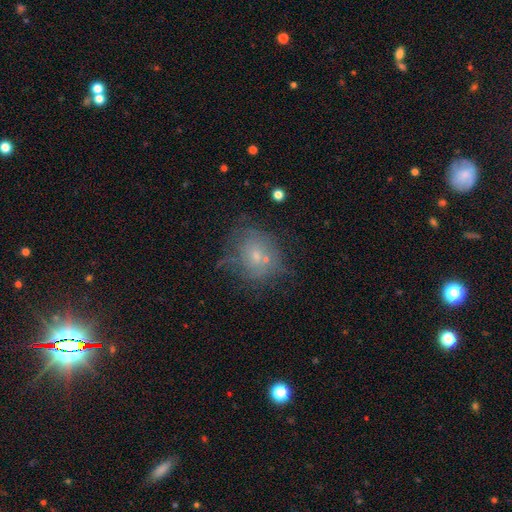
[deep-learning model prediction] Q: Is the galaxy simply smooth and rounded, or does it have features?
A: smooth — 50%.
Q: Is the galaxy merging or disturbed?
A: none — 54%.